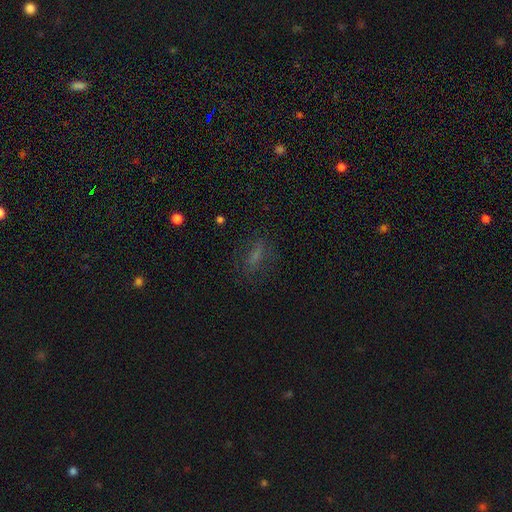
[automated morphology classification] Smooth or featured: smooth — 53% (star or artifact — 25%)
How rounded: in between — 55% (cigar-shaped — 34%)
Merging: none — 71% (minor disturbance — 16%)